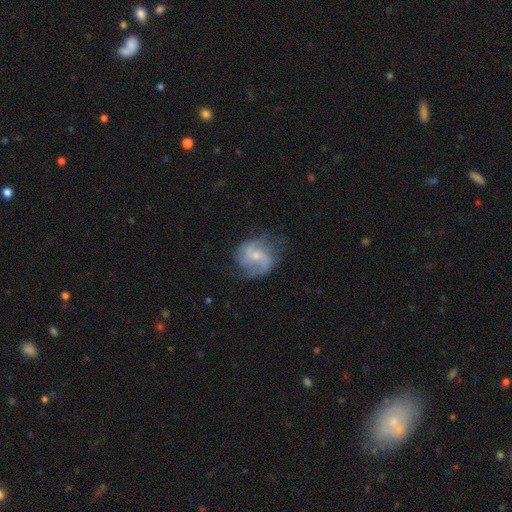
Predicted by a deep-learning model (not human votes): smooth_or_featured: featured or disk (p=0.78) [alt: smooth p=0.16]
disk_edge_on: no (p=0.98) [alt: yes p=0.02]
bar: no (p=0.50) [alt: weak p=0.42]
has_spiral_arms: yes (p=0.94) [alt: no p=0.06]
spiral_winding: medium (p=0.49) [alt: loose p=0.33]
spiral_arm_count: 2 (p=0.74) [alt: can't tell p=0.11]
bulge_size: small (p=0.58) [alt: moderate p=0.35]
merging: none (p=0.66) [alt: minor disturbance p=0.22]